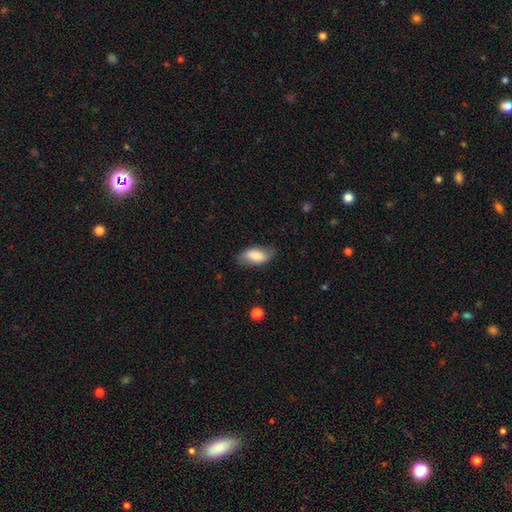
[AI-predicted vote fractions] smooth-or-featured: smooth: 72% | featured or disk: 21% | star or artifact: 7%
  how-rounded: in between: 90% | cigar-shaped: 6% | round: 4%
  merging: none: 74% | minor disturbance: 19% | major disturbance: 6% | merger: 1%